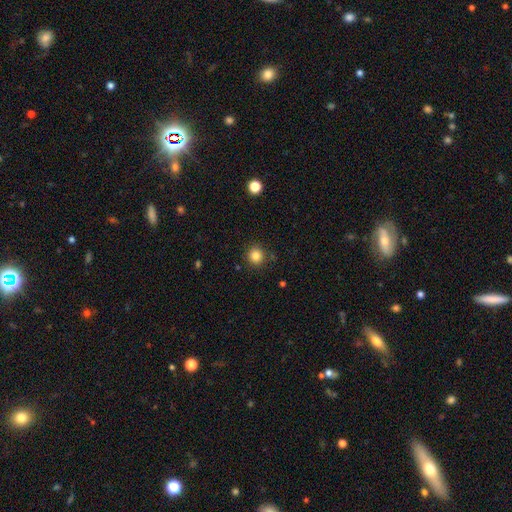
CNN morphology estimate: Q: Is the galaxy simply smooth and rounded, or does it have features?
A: smooth — 84%.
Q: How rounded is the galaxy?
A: round — 91%.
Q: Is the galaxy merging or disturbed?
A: none — 87%.